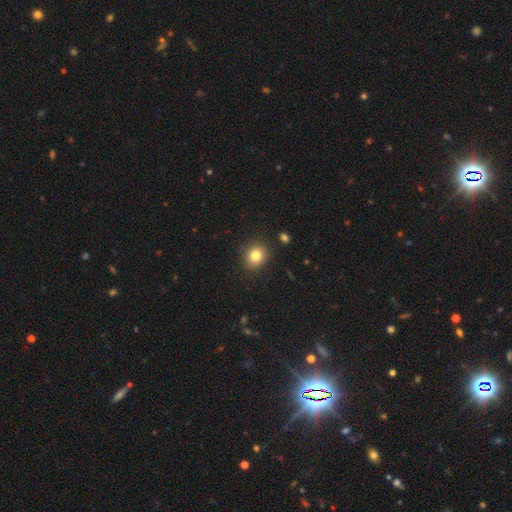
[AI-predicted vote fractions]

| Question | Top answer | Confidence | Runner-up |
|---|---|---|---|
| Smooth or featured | smooth | 82% | star or artifact (11%) |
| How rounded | round | 75% | in between (24%) |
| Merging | none | 88% | minor disturbance (8%) |